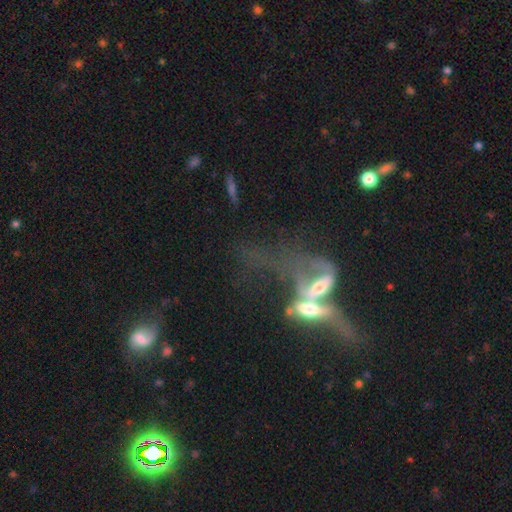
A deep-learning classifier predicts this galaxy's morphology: The model was most divided on "edge-on disk": no: 63%, yes: 37%. More confident: merging — merger (62%); smooth or featured — featured or disk (59%).